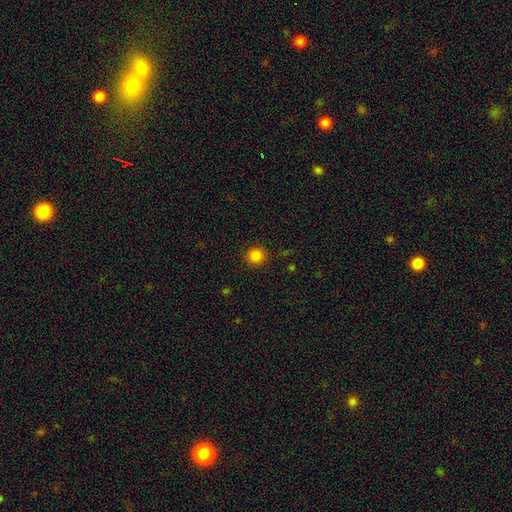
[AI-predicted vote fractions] A smooth galaxy with no disk features (84%) that is round (94%). Merging: none (91%).